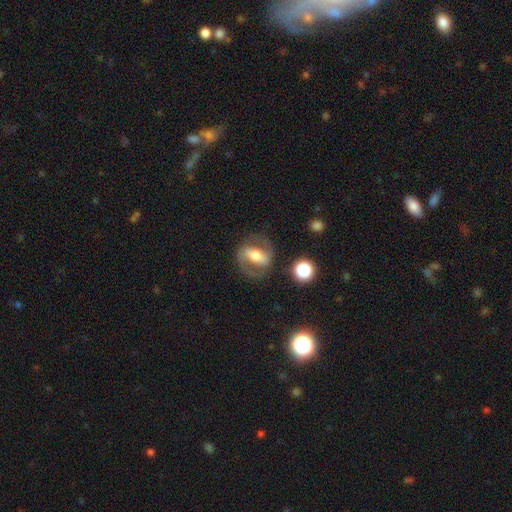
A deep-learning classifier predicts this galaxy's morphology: This is likely a featured or disk galaxy (71%). It is clearly not viewed edge-on (93%). Bar: likely strong (60%). Spiral arm pattern: likely yes (76%). Spiral arm count: clearly 2 (87%). Spiral winding: possibly medium (52%). Central bulge: likely moderate (62%). Merging: likely none (76%).